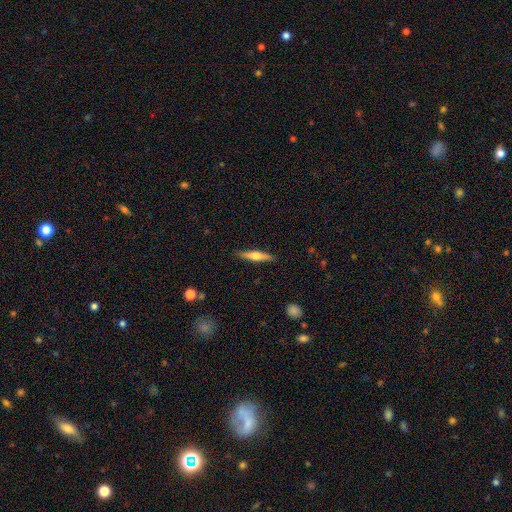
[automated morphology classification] This is possibly a featured or disk galaxy (52%). It is clearly viewed edge-on (95%). Merging: clearly none (89%).